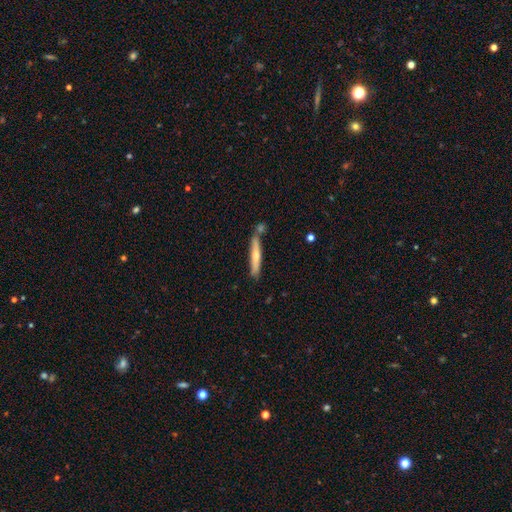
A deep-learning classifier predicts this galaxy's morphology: smooth_or_featured: smooth (p=0.56) [alt: featured or disk p=0.38]
how_rounded: cigar-shaped (p=0.93) [alt: in between p=0.06]
merging: none (p=0.71) [alt: minor disturbance p=0.14]